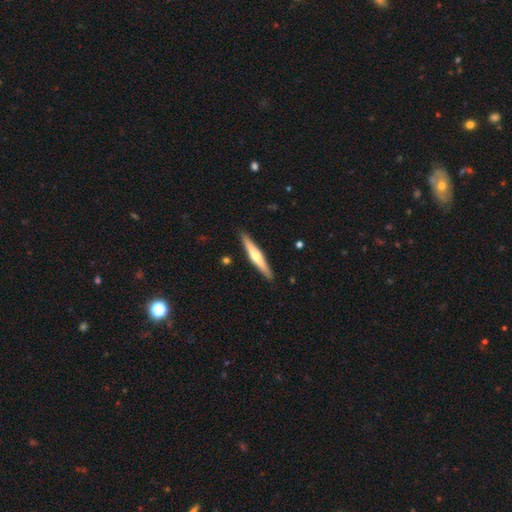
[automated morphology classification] A featured or disk galaxy (60%) viewed edge-on (97%) with a rounded central bulge (88%).

Vote fractions:
- Smooth or featured? featured or disk: 60% / smooth: 36% / star or artifact: 5%
- Edge-on disk? yes: 97% / no: 3%
- Edge-on bulge? rounded: 88% / none: 8% / boxy: 4%
- Merging? none: 91% / minor disturbance: 7% / major disturbance: 1% / merger: 1%